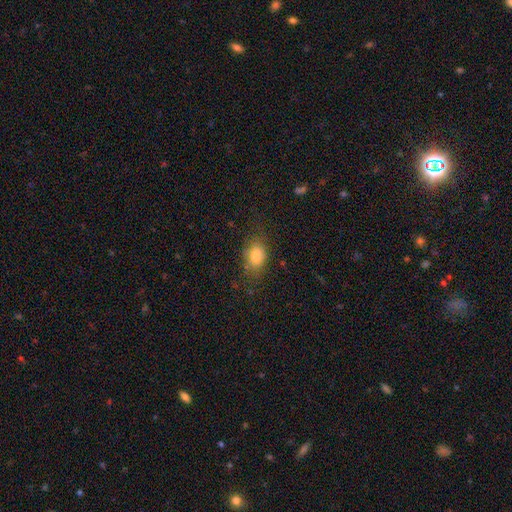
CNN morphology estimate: The model was most divided on "merging": none: 68%, minor disturbance: 21%, major disturbance: 9%, merger: 2%. More confident: how rounded — in between (81%); smooth or featured — smooth (78%).